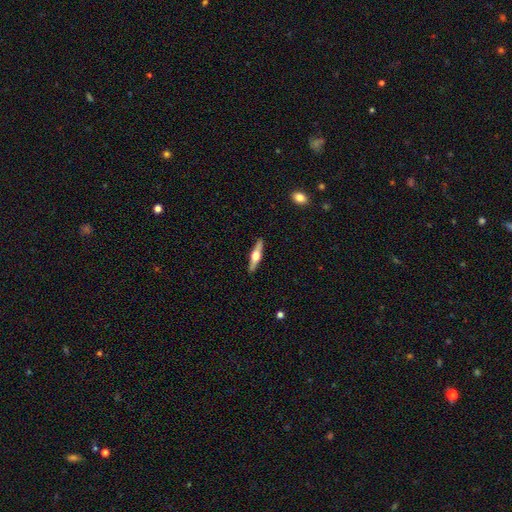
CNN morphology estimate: A featured or disk galaxy (64%) viewed edge-on (97%) with a rounded central bulge (94%). Merging: none (91%).